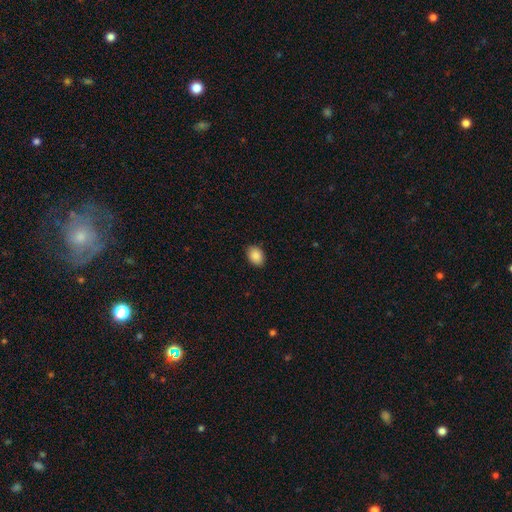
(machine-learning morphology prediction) smooth 88%, star or artifact 8%, featured or disk 4%. Down the decision tree: how rounded — in between (76%); merging — none (88%).